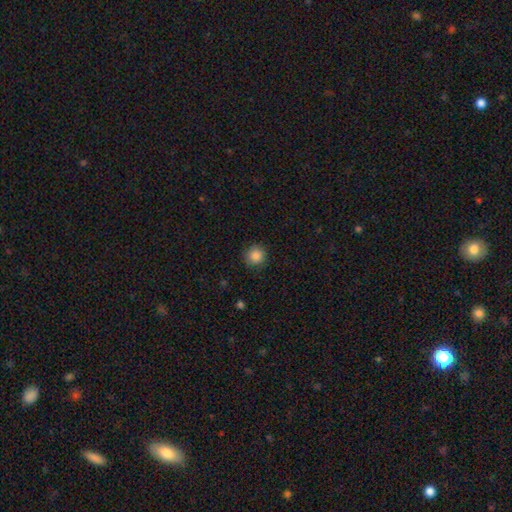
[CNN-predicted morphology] Q: Smooth or featured?
A: smooth (86%); runner-up: star or artifact (10%)
Q: How rounded?
A: round (93%); runner-up: in between (6%)
Q: Merging?
A: none (88%); runner-up: minor disturbance (8%)